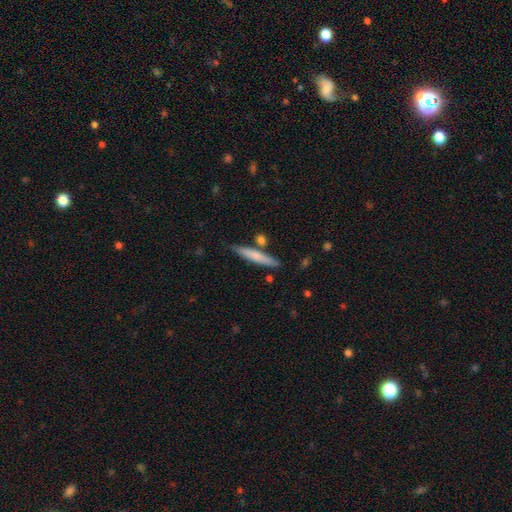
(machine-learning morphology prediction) Q: Smooth or featured?
A: smooth (65%); runner-up: featured or disk (29%)
Q: How rounded?
A: cigar-shaped (93%); runner-up: in between (5%)
Q: Merging?
A: none (80%); runner-up: minor disturbance (11%)